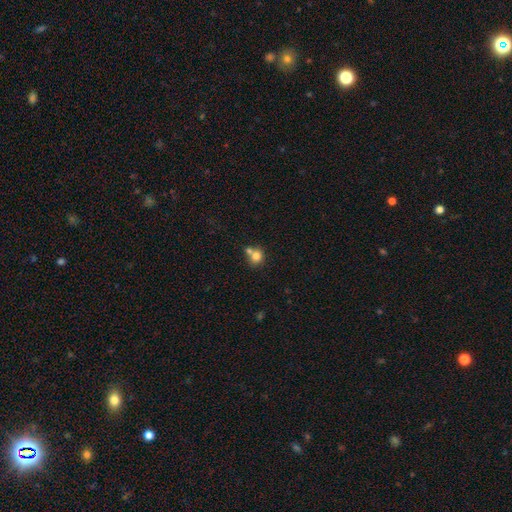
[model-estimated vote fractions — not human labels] A smooth galaxy with no disk features (78%) that is round (80%). Merging: merger (45%).